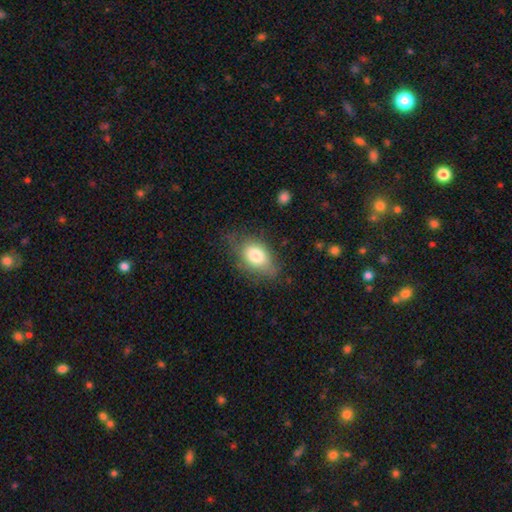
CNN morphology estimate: Smooth or featured? smooth (77%)
How rounded? in between (84%)
Merging? none (61%)